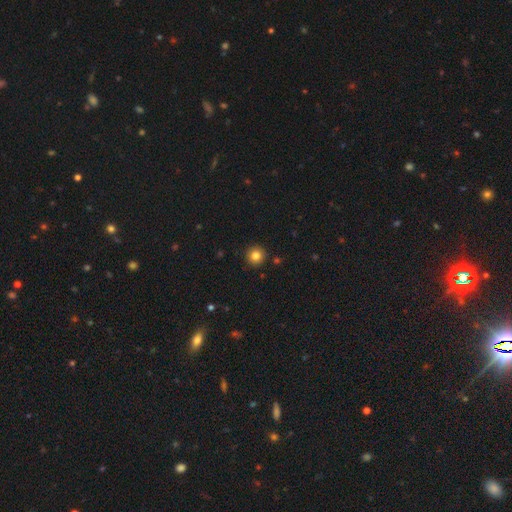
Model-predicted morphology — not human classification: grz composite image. It shows a smooth galaxy with no disk features (83%) that is round (95%). Merging: none (92%).